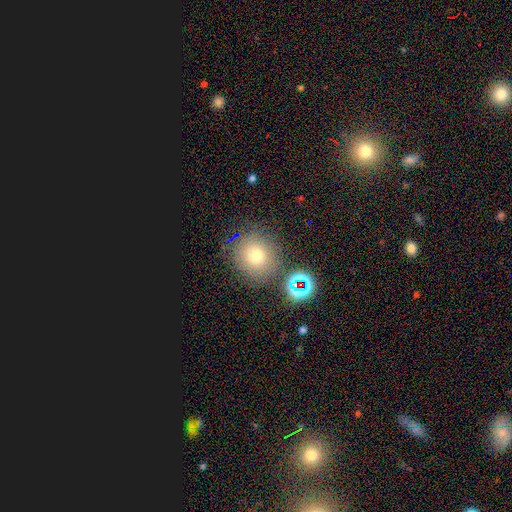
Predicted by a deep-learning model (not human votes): This appears to be a smooth galaxy with no disk features (70%) that is round (88%). Merging: none (78%).